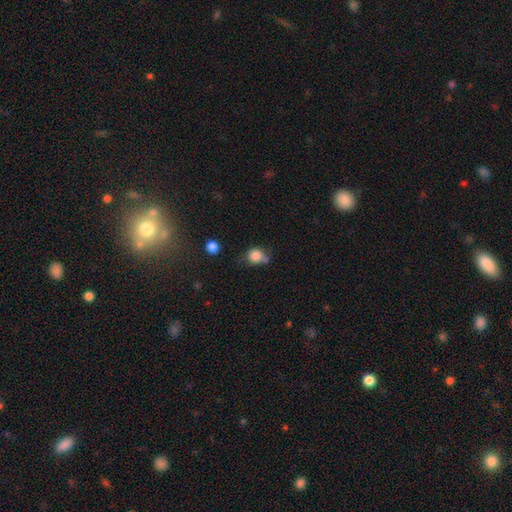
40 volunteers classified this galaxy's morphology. A smooth galaxy with no disk features (80%) that is round (91%).

Vote fractions:
- Smooth or featured? smooth: 80% / star or artifact: 12% / featured or disk: 8%
- How rounded? round: 91% / in between: 9% / cigar-shaped: 0%
- Merging? minor disturbance: 37% / none: 29% / merger: 23% / major disturbance: 11%